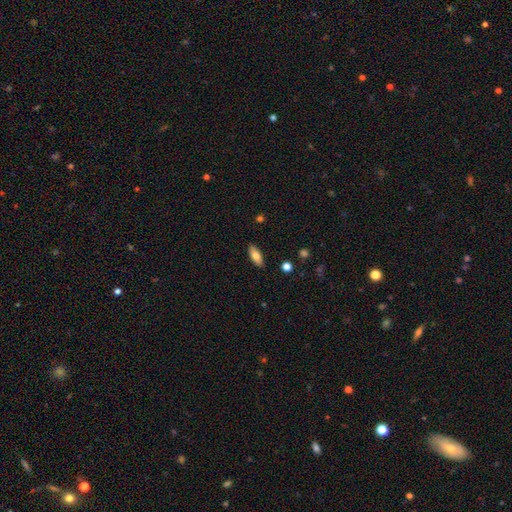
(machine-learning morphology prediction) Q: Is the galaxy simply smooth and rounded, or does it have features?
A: smooth — 77%.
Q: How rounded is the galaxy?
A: in between — 80%.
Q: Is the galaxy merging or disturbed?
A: none — 89%.